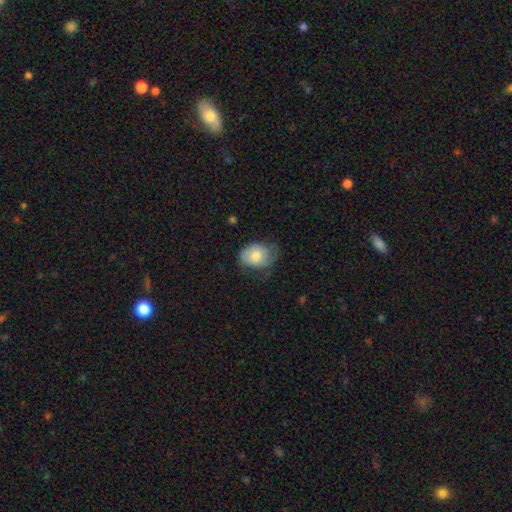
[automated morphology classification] This appears to be a smooth galaxy with no disk features (68%) that is in between round and cigar-shaped (68%). Merging: none (48%).